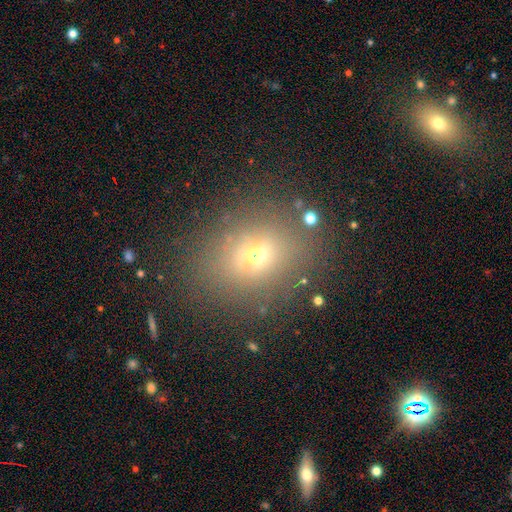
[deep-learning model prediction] This is possibly a smooth galaxy (59%). How rounded: possibly round (53%). Merging: likely none (78%).